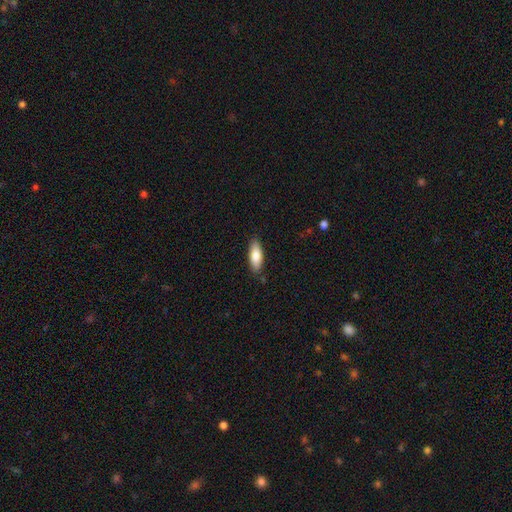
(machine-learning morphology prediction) A smooth galaxy with no disk features (81%) that is in between round and cigar-shaped (67%). Merging: none (86%).